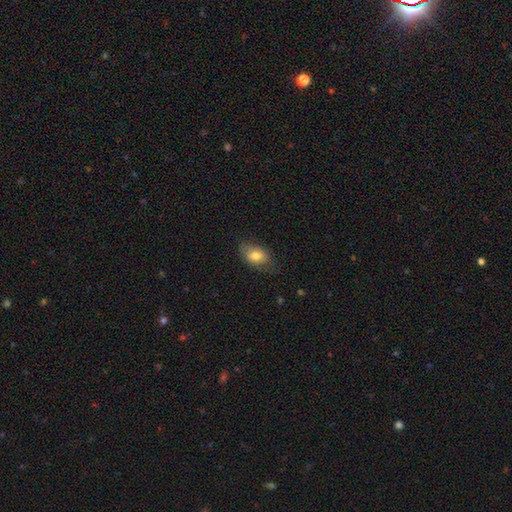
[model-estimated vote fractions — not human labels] A smooth galaxy with no disk features (76%) that is in between round and cigar-shaped (84%).

Vote fractions:
- Smooth or featured? smooth: 76% / featured or disk: 17% / star or artifact: 7%
- How rounded? in between: 84% / round: 14% / cigar-shaped: 2%
- Merging? none: 67% / minor disturbance: 25% / major disturbance: 7% / merger: 1%